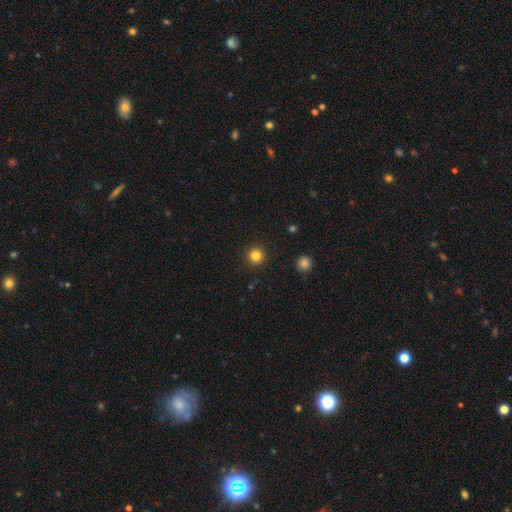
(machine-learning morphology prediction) This appears to be a smooth galaxy with no disk features (83%) that is round (95%). Merging: none (92%).